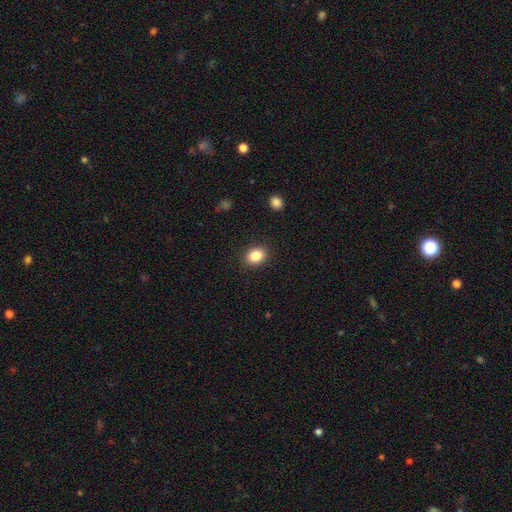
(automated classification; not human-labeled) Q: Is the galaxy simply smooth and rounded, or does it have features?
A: smooth — 85%.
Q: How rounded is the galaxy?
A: in between — 51%.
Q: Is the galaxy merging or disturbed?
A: none — 89%.